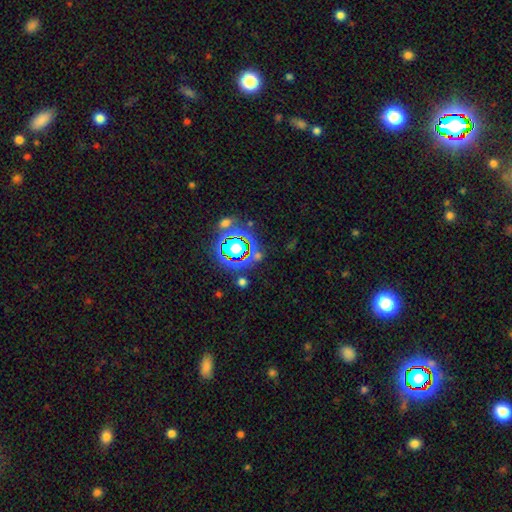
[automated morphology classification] This appears to be a star or artifact, not a galaxy (71%).